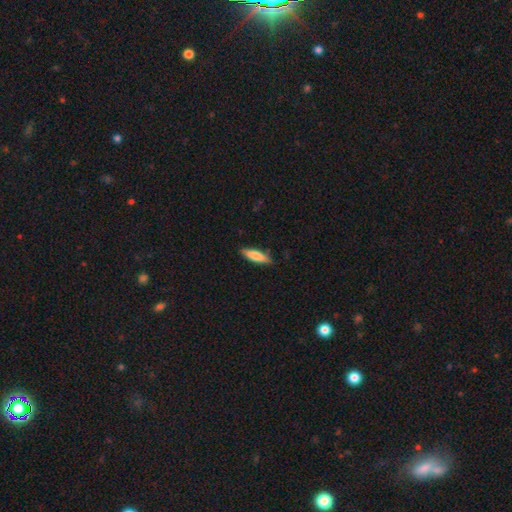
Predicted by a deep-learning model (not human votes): Q: Smooth or featured?
A: smooth (78%); runner-up: featured or disk (17%)
Q: How rounded?
A: cigar-shaped (63%); runner-up: in between (35%)
Q: Merging?
A: none (85%); runner-up: minor disturbance (12%)